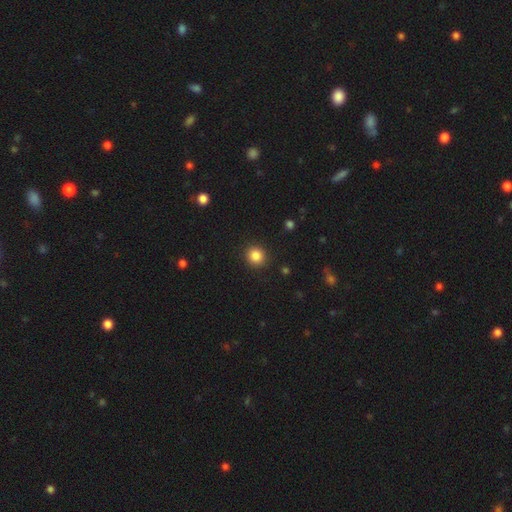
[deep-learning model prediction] smooth-or-featured: smooth: 86% | star or artifact: 10% | featured or disk: 4%
  how-rounded: round: 90% | in between: 9% | cigar-shaped: 1%
  merging: none: 91% | minor disturbance: 6% | major disturbance: 2% | merger: 1%